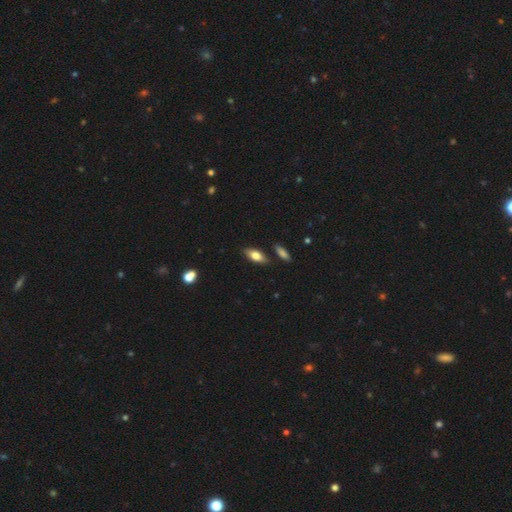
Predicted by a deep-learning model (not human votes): Morphology: type=smooth (71%); roundness=in between (80%); merging=none (81%).